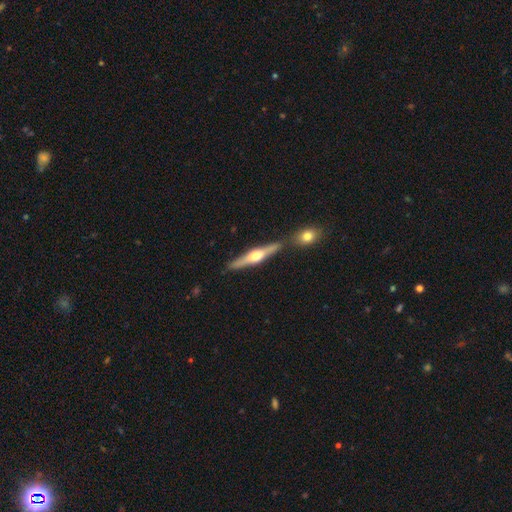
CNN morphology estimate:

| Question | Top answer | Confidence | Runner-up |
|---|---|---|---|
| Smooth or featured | featured or disk | 67% | smooth (28%) |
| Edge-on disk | yes | 96% | no (4%) |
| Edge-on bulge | rounded | 93% | boxy (4%) |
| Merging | none | 76% | merger (12%) |